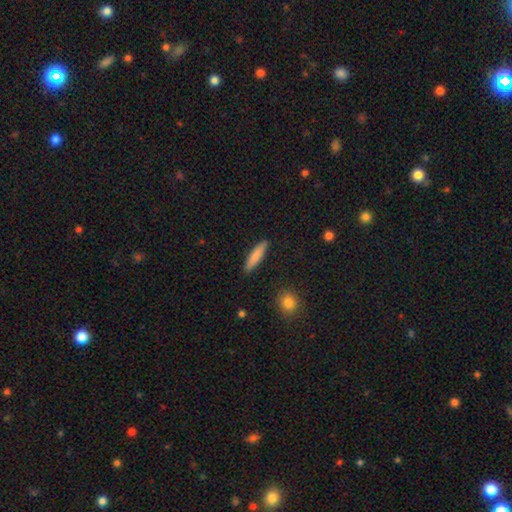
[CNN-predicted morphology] smooth_or_featured: smooth (p=0.82) [alt: featured or disk p=0.12]
how_rounded: cigar-shaped (p=0.81) [alt: in between p=0.18]
merging: none (p=0.90) [alt: minor disturbance p=0.07]